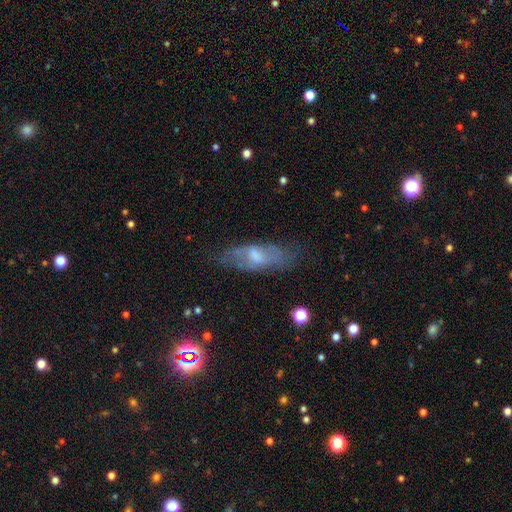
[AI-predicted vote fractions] featured or disk 52%, smooth 38%, star or artifact 10%. Down the decision tree: edge-on disk — no (71%); merging — none (71%).